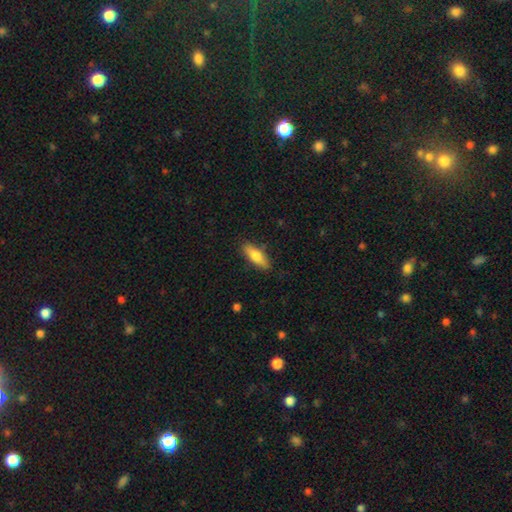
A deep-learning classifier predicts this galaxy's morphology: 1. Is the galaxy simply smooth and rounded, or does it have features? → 73% smooth, 21% featured or disk, 6% star or artifact.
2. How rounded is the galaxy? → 53% in between, 45% cigar-shaped, 2% round.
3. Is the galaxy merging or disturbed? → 85% none, 11% minor disturbance, 2% major disturbance, 1% merger.